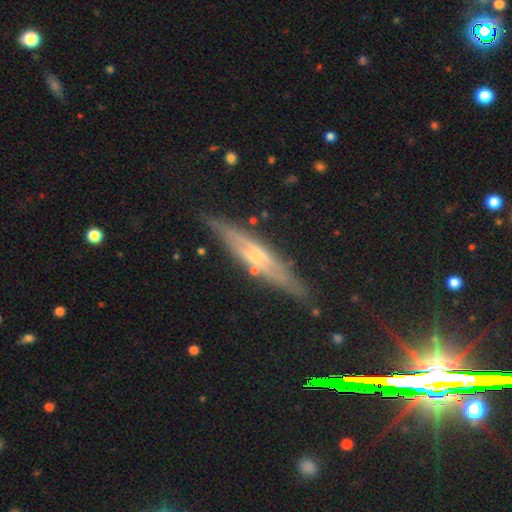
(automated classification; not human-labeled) Smooth or featured: featured or disk — 67% (smooth — 22%)
Edge-on disk: yes — 92% (no — 8%)
Edge-on bulge: rounded — 55% (none — 28%)
Merging: none — 83% (minor disturbance — 12%)